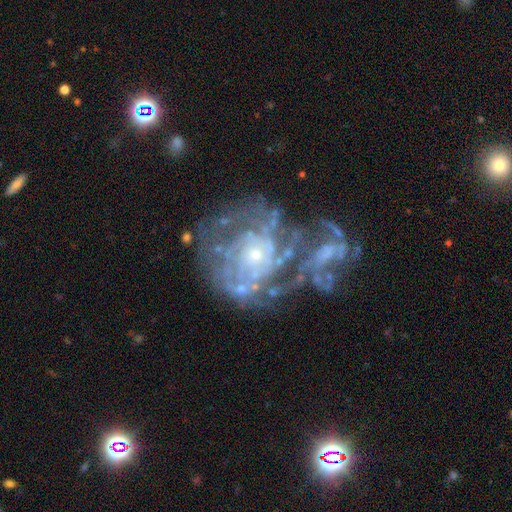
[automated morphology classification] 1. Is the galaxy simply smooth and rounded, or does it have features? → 83% featured or disk, 8% smooth, 8% star or artifact.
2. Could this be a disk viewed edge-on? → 98% no, 2% yes.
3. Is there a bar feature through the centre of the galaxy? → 82% no, 14% weak, 4% strong.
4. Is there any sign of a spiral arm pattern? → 81% yes, 19% no.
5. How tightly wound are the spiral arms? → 65% tight, 25% medium, 10% loose.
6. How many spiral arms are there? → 46% can't tell, 14% 2, 14% 3, 11% 4, 9% more than 4, 6% 1.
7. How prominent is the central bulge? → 72% small, 21% moderate, 4% none, 2% large, 1% dominant.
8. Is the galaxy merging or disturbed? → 39% none, 24% merger, 20% major disturbance, 17% minor disturbance.